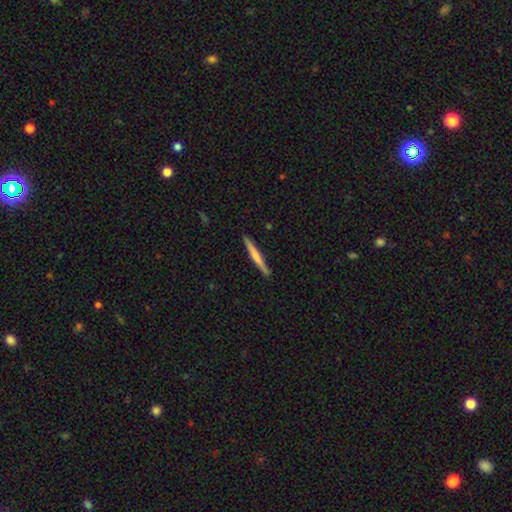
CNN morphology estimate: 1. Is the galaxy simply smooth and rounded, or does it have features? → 54% smooth, 41% featured or disk, 5% star or artifact.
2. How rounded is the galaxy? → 96% cigar-shaped, 3% in between, 1% round.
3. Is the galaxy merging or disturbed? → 90% none, 7% minor disturbance, 1% major disturbance, 1% merger.